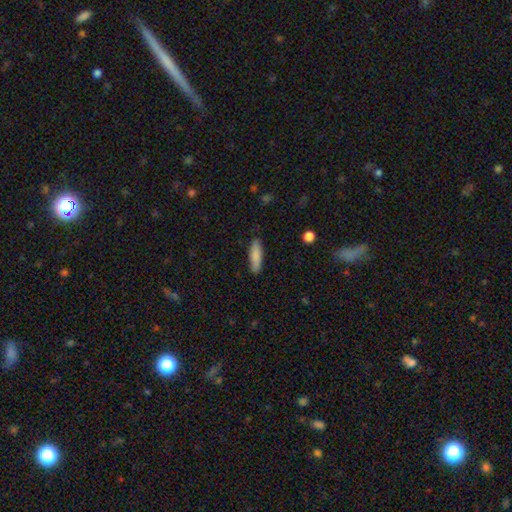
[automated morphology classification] The model was most divided on "how rounded": cigar-shaped: 61%, in between: 37%, round: 2%. More confident: merging — none (86%); smooth or featured — smooth (85%).